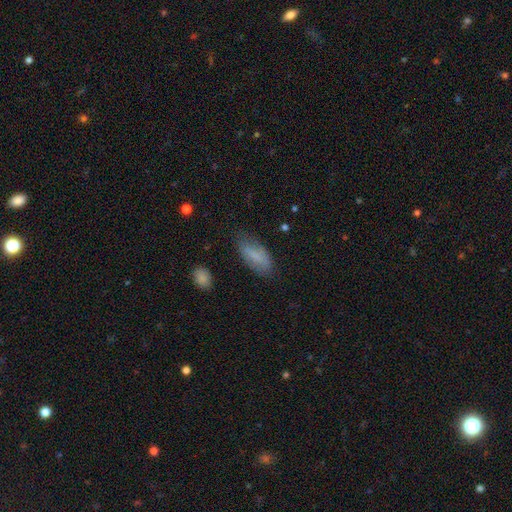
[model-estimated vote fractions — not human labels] smooth_or_featured: smooth (p=0.73) [alt: featured or disk p=0.19]
how_rounded: in between (p=0.82) [alt: cigar-shaped p=0.16]
merging: none (p=0.71) [alt: minor disturbance p=0.21]